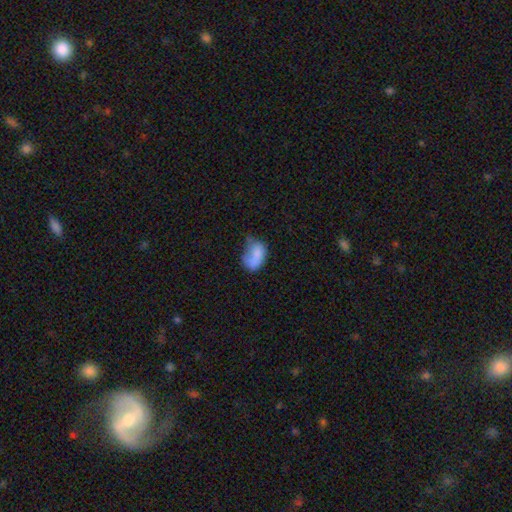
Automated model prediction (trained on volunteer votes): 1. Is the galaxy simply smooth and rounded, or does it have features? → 73% smooth, 18% featured or disk, 9% star or artifact.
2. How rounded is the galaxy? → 85% in between, 13% round, 2% cigar-shaped.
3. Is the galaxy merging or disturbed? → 32% minor disturbance, 31% none, 27% major disturbance, 10% merger.